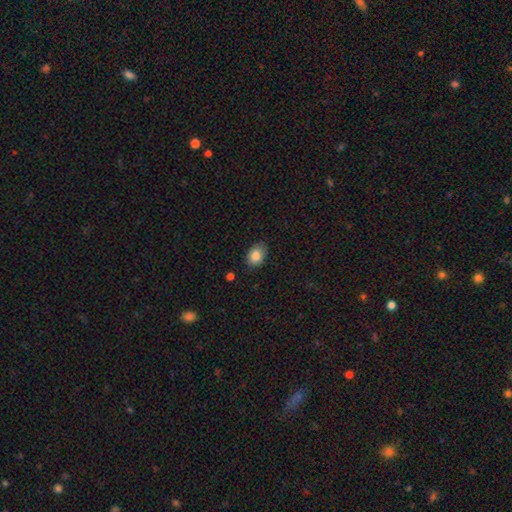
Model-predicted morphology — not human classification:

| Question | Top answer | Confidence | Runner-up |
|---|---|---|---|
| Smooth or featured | smooth | 85% | star or artifact (8%) |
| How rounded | in between | 75% | round (24%) |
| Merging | none | 78% | minor disturbance (17%) |